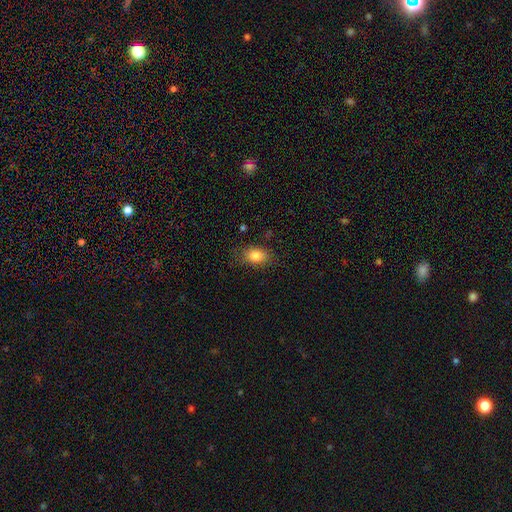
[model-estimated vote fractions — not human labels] This appears to be a smooth galaxy with no disk features (84%) that is in between round and cigar-shaped (83%). Merging: none (78%).